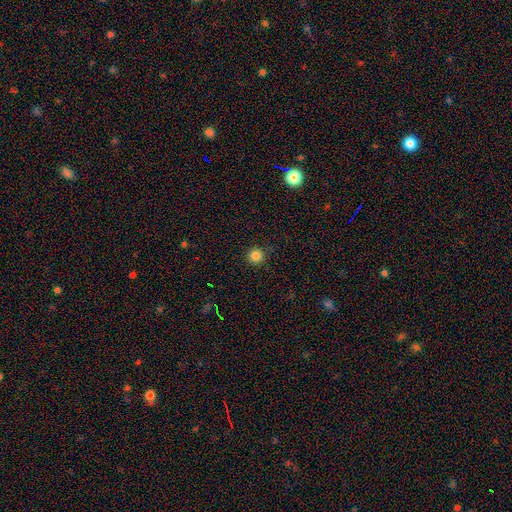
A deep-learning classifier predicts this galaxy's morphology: smooth 83%, star or artifact 13%, featured or disk 4%. Down the decision tree: how rounded — round (95%); merging — none (89%).